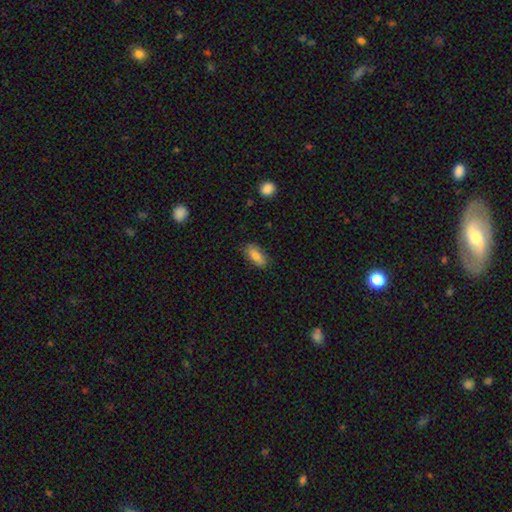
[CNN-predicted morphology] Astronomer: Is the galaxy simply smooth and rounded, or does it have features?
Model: smooth — 80%.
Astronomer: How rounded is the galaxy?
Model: in between — 86%.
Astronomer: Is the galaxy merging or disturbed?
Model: none — 81%.